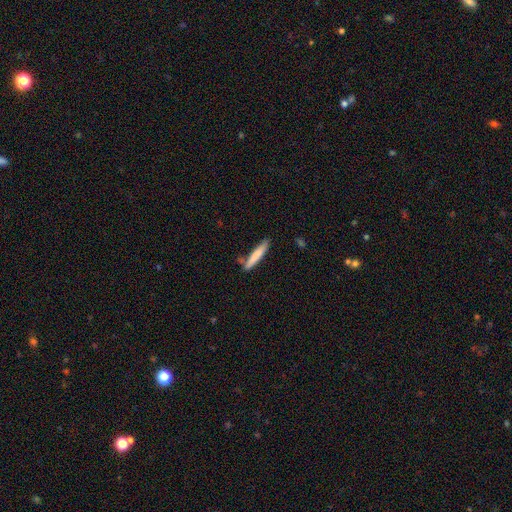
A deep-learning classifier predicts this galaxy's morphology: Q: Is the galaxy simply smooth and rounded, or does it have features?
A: smooth — 78%.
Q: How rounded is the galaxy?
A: cigar-shaped — 92%.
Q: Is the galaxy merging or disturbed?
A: none — 76%.